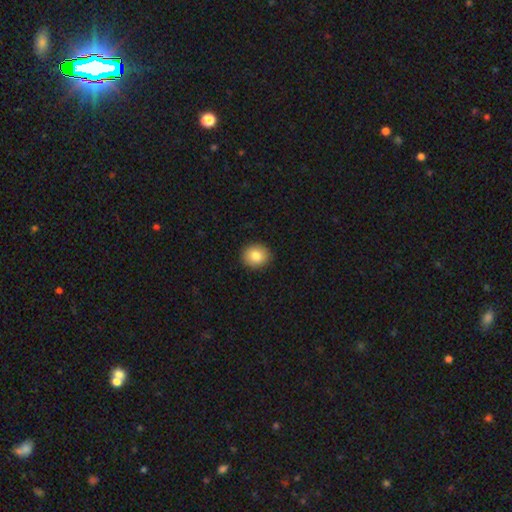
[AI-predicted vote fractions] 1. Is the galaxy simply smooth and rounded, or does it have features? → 83% smooth, 9% star or artifact, 8% featured or disk.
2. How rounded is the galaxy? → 76% round, 23% in between, 1% cigar-shaped.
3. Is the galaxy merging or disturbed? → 91% none, 6% minor disturbance, 2% major disturbance, 1% merger.